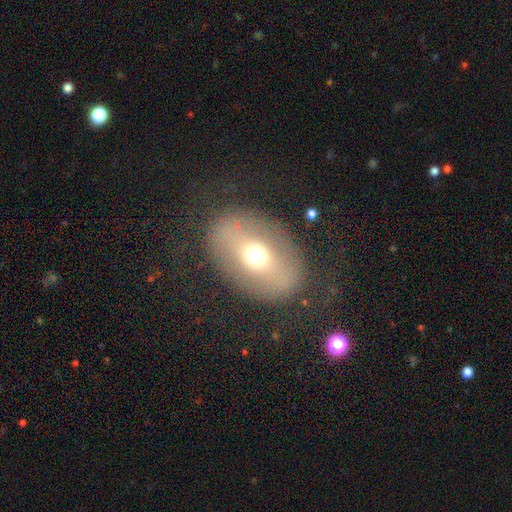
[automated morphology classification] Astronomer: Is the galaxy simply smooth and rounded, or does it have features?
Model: smooth — 47% (runner-up: featured or disk, 42%).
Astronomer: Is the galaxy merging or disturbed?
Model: none — 77%.